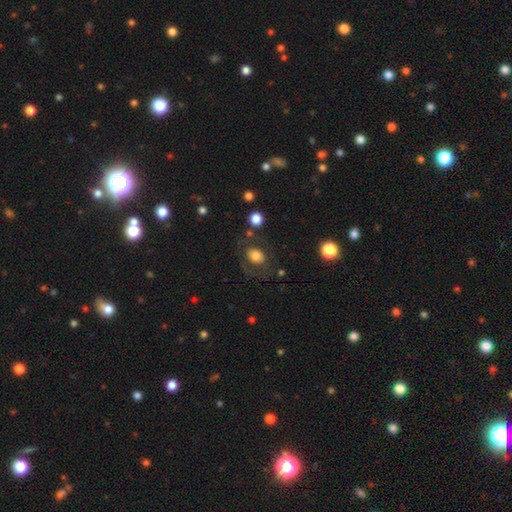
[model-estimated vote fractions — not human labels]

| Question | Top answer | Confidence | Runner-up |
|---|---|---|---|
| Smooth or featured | smooth | 68% | featured or disk (23%) |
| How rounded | in between | 51% | round (48%) |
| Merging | none | 70% | minor disturbance (15%) |